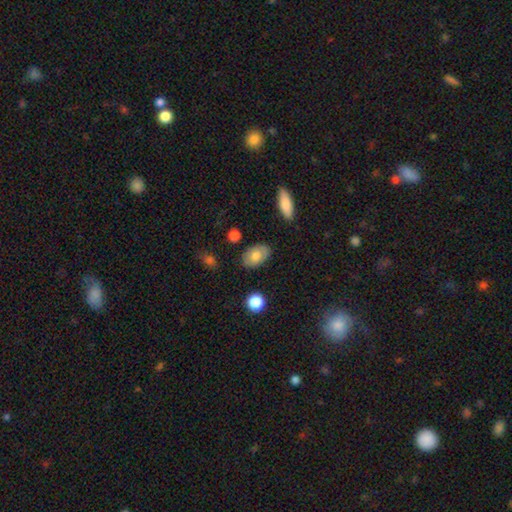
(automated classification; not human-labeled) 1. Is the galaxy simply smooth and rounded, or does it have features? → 74% smooth, 19% featured or disk, 6% star or artifact.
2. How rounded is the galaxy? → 90% in between, 8% round, 2% cigar-shaped.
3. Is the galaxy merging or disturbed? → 82% none, 13% minor disturbance, 3% major disturbance, 2% merger.